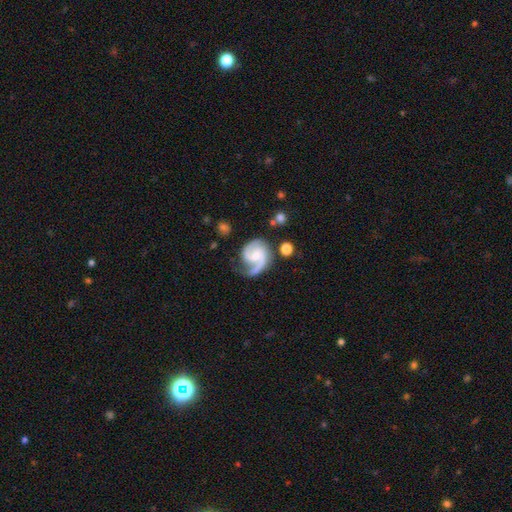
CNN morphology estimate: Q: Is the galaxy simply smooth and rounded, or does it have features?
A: featured or disk — 91%.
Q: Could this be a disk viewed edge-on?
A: no — 98%.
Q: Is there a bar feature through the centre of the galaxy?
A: no — 50%.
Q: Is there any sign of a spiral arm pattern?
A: yes — 98%.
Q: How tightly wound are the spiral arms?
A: medium — 55%.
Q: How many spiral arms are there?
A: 2 — 84%.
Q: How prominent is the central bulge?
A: small — 55%.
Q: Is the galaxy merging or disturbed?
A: none — 67%.